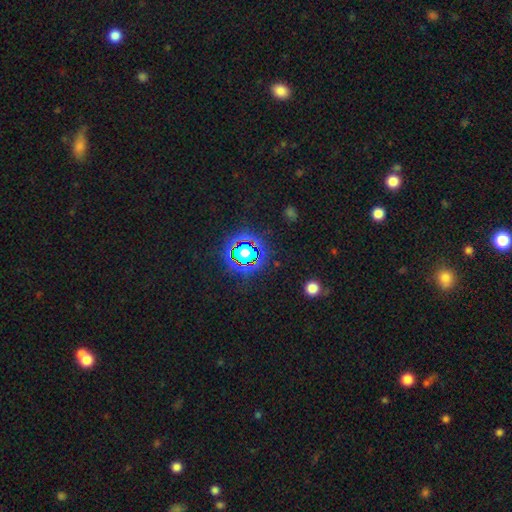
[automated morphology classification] This is clearly a star or artifact rather than a galaxy (81%).